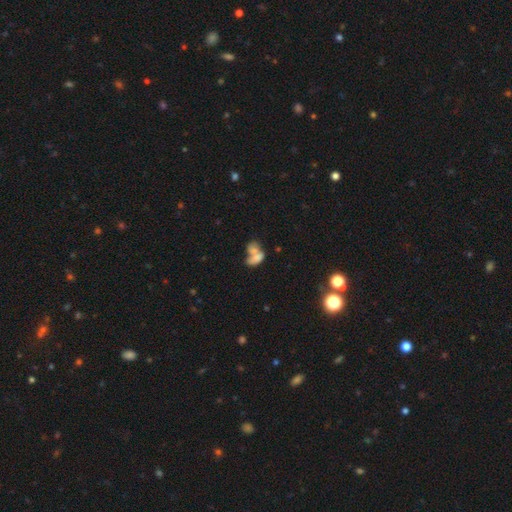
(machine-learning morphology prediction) Smooth or featured? smooth (66%)
How rounded? in between (83%)
Merging? merger (66%)